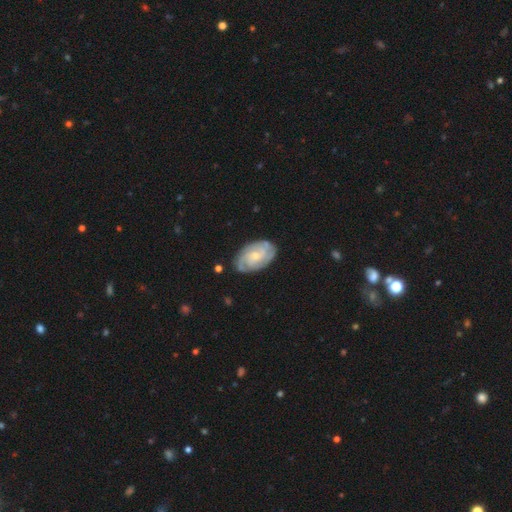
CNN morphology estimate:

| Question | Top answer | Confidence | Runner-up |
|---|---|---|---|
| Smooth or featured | featured or disk | 80% | smooth (15%) |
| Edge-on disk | no | 97% | yes (3%) |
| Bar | no | 69% | weak (26%) |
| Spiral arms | yes | 95% | no (5%) |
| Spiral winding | tight | 66% | medium (27%) |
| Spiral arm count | can't tell | 30% | 3 (24%) |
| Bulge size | small | 61% | moderate (35%) |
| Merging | none | 78% | minor disturbance (17%) |